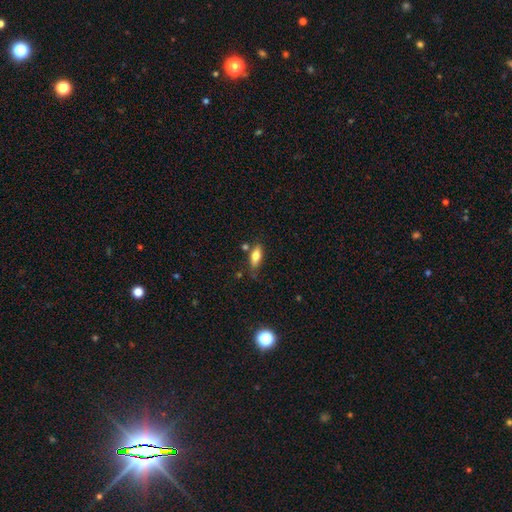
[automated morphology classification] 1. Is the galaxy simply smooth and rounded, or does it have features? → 76% smooth, 17% featured or disk, 8% star or artifact.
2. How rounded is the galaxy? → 75% in between, 22% cigar-shaped, 3% round.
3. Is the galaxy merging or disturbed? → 66% none, 20% minor disturbance, 9% merger, 5% major disturbance.